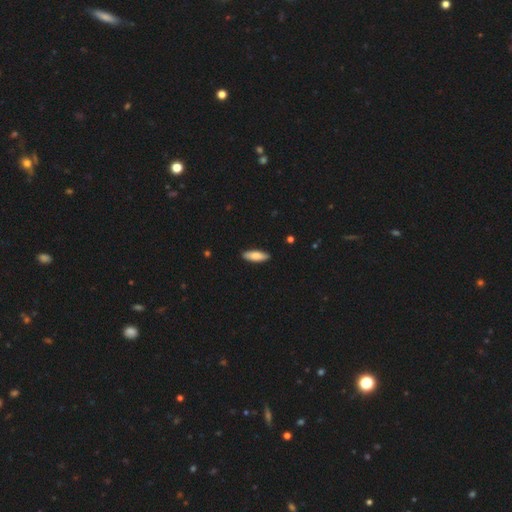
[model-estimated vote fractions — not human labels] Smooth or featured? Predicted: smooth (p=0.82). How rounded? Predicted: in between (p=0.58). Merging? Predicted: none (p=0.89).